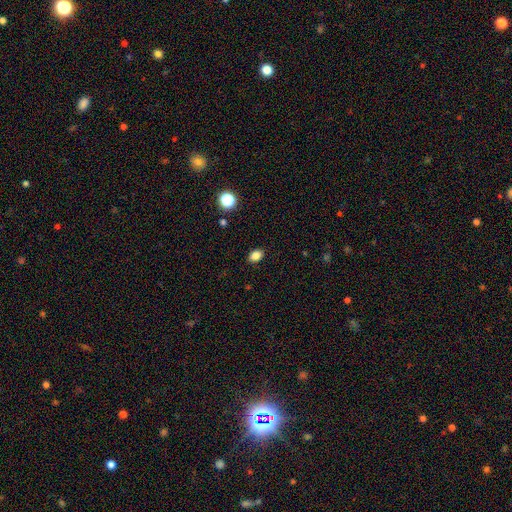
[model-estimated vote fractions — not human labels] Morphology: type=smooth (84%); roundness=in between (77%); merging=none (89%).